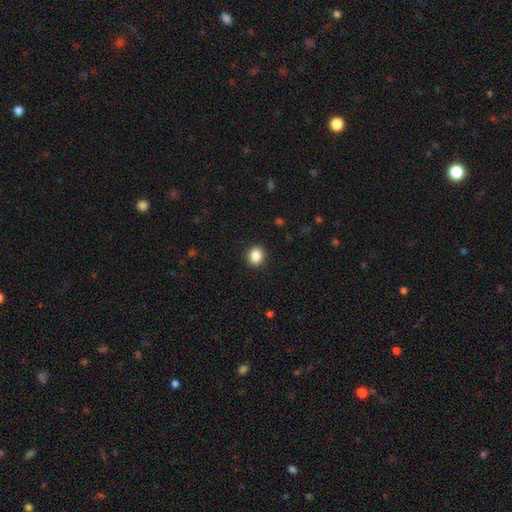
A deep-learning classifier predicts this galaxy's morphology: This is clearly a smooth galaxy (86%). How rounded: likely round (72%). Merging: clearly none (91%).